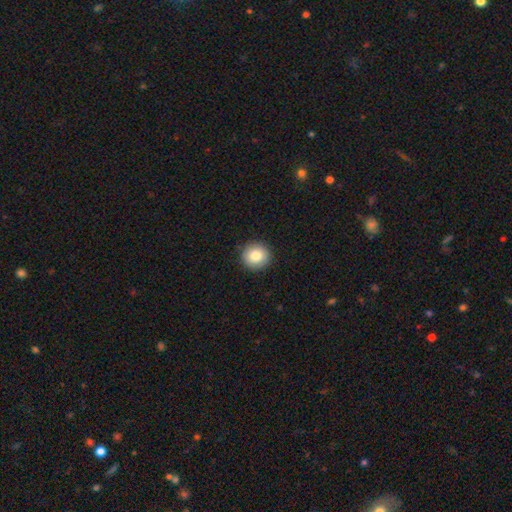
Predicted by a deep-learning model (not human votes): This is clearly a smooth galaxy (83%). How rounded: clearly round (94%). Merging: clearly none (92%).